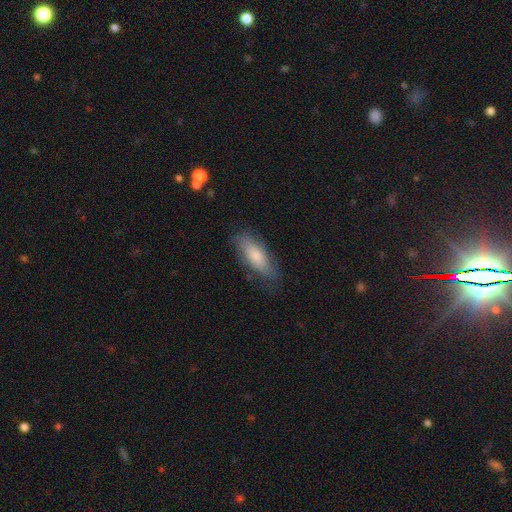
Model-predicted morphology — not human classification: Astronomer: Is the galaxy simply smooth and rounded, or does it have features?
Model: smooth — 74%.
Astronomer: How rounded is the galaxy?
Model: in between — 65%.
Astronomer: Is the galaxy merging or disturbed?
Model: none — 70%.